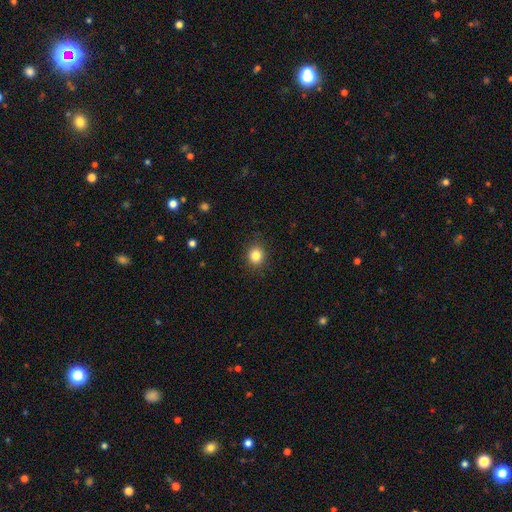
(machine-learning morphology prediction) Overall: smooth (84%). How rounded: round (80%). Merging: none (89%).